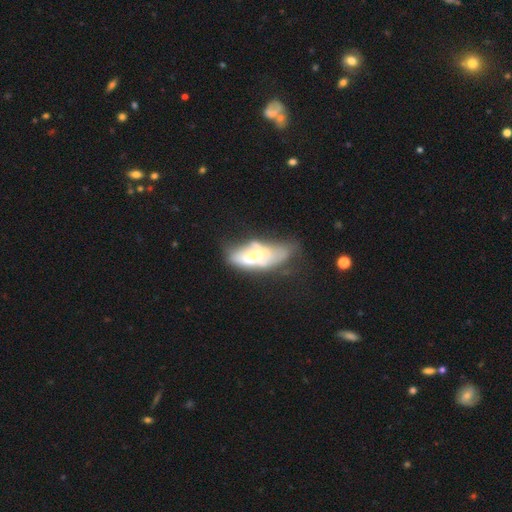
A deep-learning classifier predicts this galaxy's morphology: Smooth or featured? Predicted: featured or disk (p=0.59). Edge-on disk? Predicted: no (p=0.87). Bar? Predicted: no (p=0.71). Spiral arms? Predicted: no (p=0.71). Bulge size? Predicted: moderate (p=0.52). Merging? Predicted: major disturbance (p=0.30).